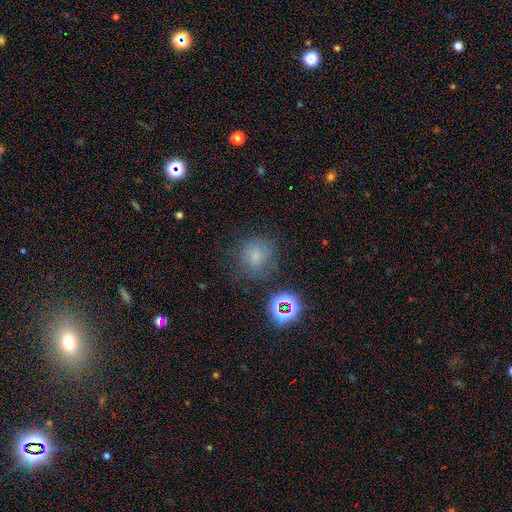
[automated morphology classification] Q: Smooth or featured?
A: smooth (65%); runner-up: star or artifact (24%)
Q: How rounded?
A: round (82%); runner-up: in between (17%)
Q: Merging?
A: none (70%); runner-up: minor disturbance (17%)